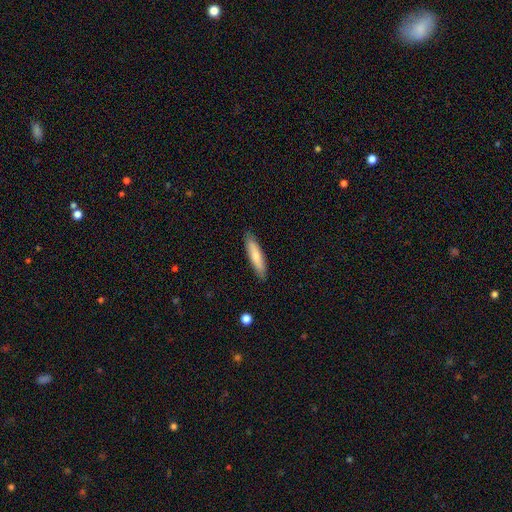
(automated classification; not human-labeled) smooth_or_featured: smooth (p=0.76) [alt: featured or disk p=0.19]
how_rounded: cigar-shaped (p=0.81) [alt: in between p=0.18]
merging: none (p=0.88) [alt: minor disturbance p=0.10]